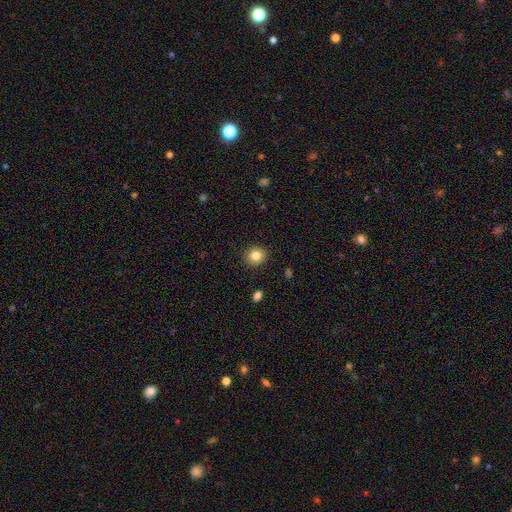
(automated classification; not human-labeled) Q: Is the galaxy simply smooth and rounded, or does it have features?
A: smooth — 83%.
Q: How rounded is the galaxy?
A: round — 86%.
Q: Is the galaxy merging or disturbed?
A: none — 91%.